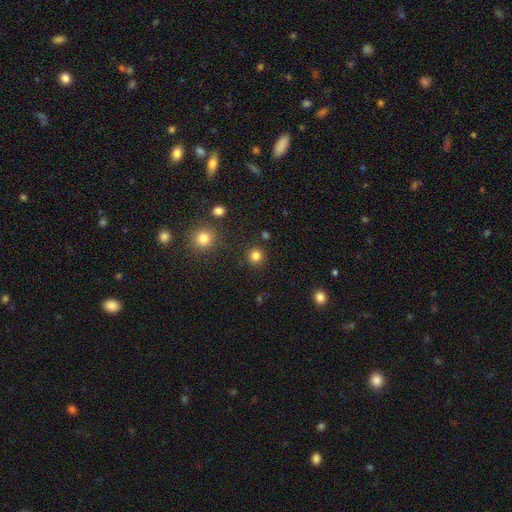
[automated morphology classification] Q: Smooth or featured?
A: smooth (82%); runner-up: star or artifact (14%)
Q: How rounded?
A: round (94%); runner-up: in between (5%)
Q: Merging?
A: none (90%); runner-up: minor disturbance (5%)